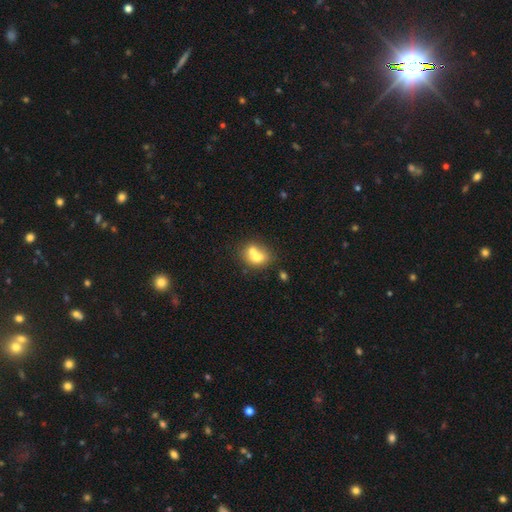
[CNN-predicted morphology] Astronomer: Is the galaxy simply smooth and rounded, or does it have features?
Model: smooth — 66%.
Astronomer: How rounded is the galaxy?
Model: round — 61% (runner-up: in between, 38%).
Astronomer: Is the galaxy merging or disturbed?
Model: merger — 60%.